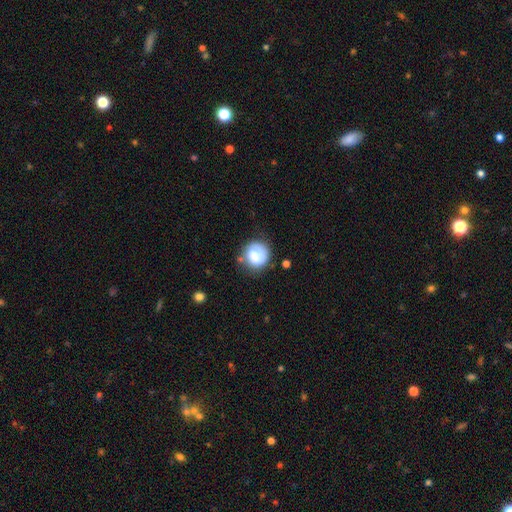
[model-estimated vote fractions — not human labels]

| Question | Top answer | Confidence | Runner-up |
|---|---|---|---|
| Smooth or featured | smooth | 72% | featured or disk (20%) |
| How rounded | round | 83% | in between (16%) |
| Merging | none | 62% | minor disturbance (23%) |